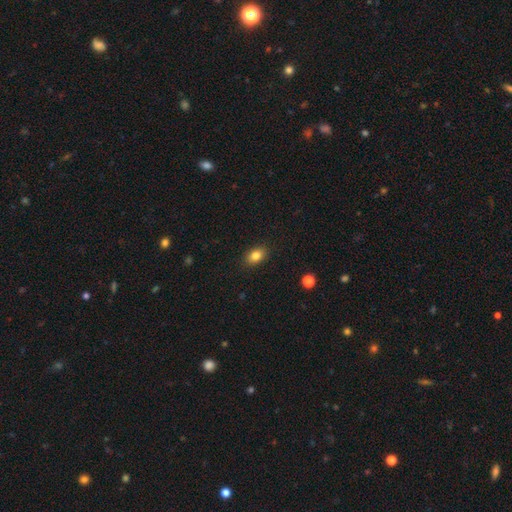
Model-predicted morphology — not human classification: Smooth or featured?
  - smooth: 84% *
  - star or artifact: 10%
  - featured or disk: 7%
How rounded?
  - in between: 82% *
  - round: 16%
  - cigar-shaped: 2%
Merging?
  - none: 88% *
  - minor disturbance: 8%
  - major disturbance: 2%
  - merger: 1%